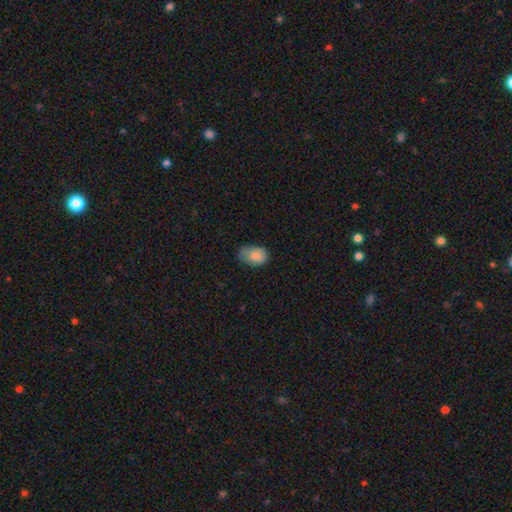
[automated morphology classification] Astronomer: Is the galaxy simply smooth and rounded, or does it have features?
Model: smooth — 81%.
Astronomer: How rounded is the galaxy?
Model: in between — 81%.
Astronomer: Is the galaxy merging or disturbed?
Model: none — 51% (runner-up: minor disturbance, 38%).